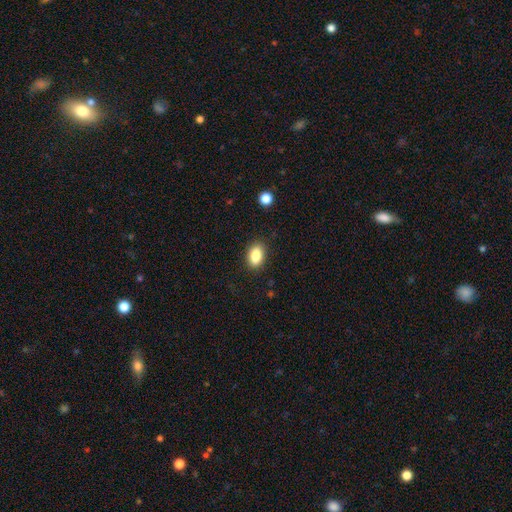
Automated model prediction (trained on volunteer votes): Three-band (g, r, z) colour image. It shows a smooth galaxy with no disk features (86%) that is in between round and cigar-shaped (88%). Merging: none (86%).